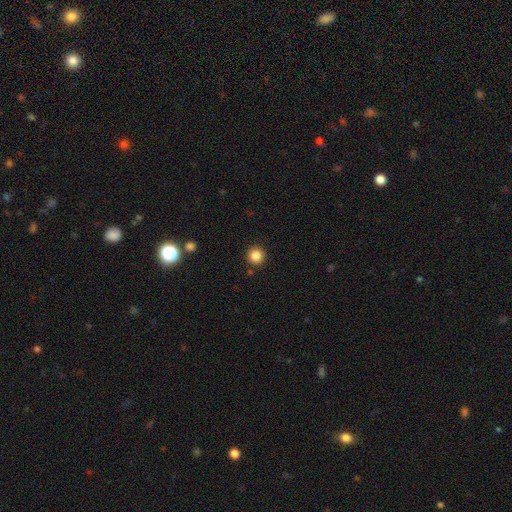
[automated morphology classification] Smooth or featured? smooth (85%)
How rounded? round (95%)
Merging? none (90%)